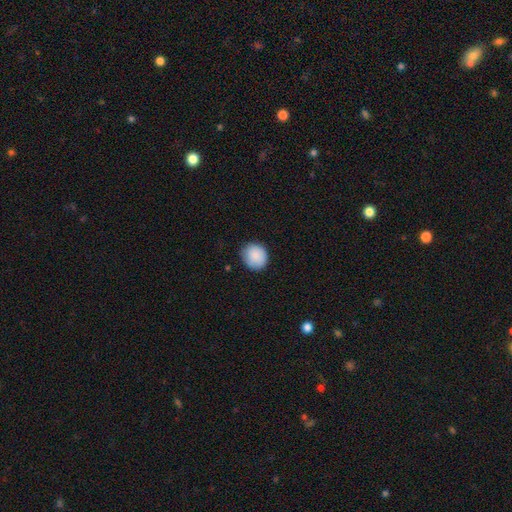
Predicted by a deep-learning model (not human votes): Morphology: type=smooth (88%); roundness=round (79%); merging=none (82%).